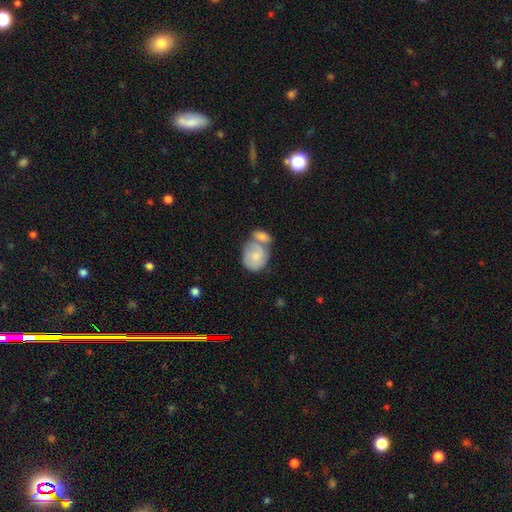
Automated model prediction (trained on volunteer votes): Smooth or featured? smooth (63%)
How rounded? in between (53%)
Merging? merger (58%)